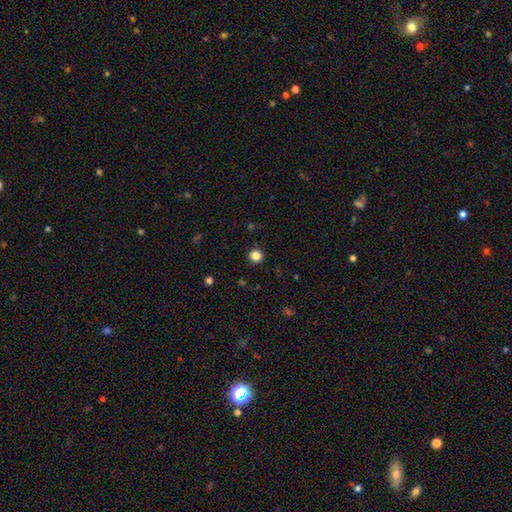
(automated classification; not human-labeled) Smooth or featured: smooth — 85% (star or artifact — 12%)
How rounded: round — 95% (in between — 4%)
Merging: none — 93% (minor disturbance — 4%)